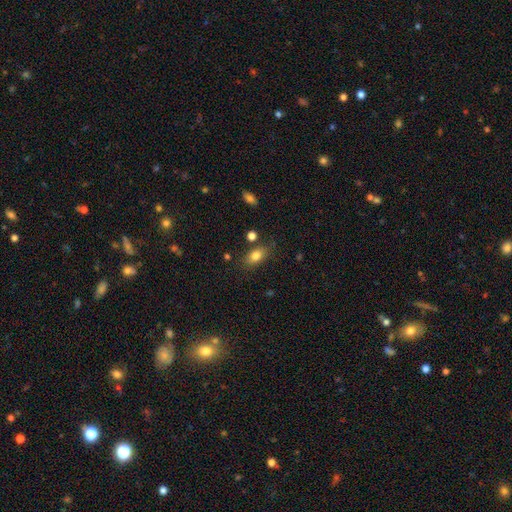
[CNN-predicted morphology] This appears to be a smooth galaxy with no disk features (81%) that is in between round and cigar-shaped (84%). Merging: none (76%).